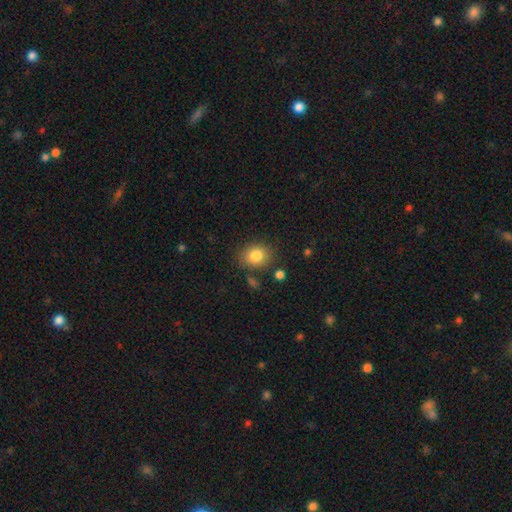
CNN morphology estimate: Smooth or featured?
  - smooth: 83% *
  - star or artifact: 10%
  - featured or disk: 7%
How rounded?
  - round: 54% *
  - in between: 45%
  - cigar-shaped: 1%
Merging?
  - none: 80% *
  - minor disturbance: 12%
  - merger: 4%
  - major disturbance: 4%